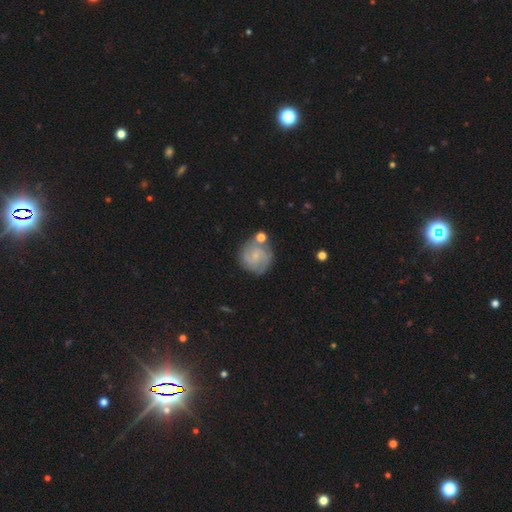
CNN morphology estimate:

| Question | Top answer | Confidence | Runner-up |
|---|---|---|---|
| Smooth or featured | featured or disk | 66% | smooth (27%) |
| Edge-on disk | no | 98% | yes (2%) |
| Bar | no | 65% | weak (31%) |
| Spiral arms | yes | 90% | no (10%) |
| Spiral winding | tight | 54% | medium (36%) |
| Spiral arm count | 2 | 37% | can't tell (26%) |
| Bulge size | small | 72% | none (14%) |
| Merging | none | 66% | minor disturbance (17%) |